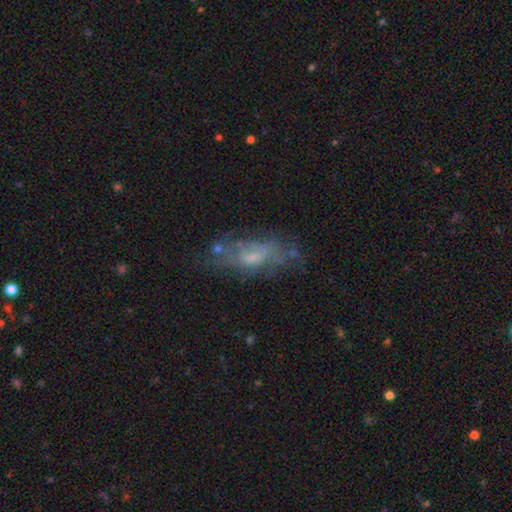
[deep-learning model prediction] Smooth or featured? Predicted: featured or disk (p=0.51). Edge-on disk? Predicted: no (p=0.81). Merging? Predicted: none (p=0.56).